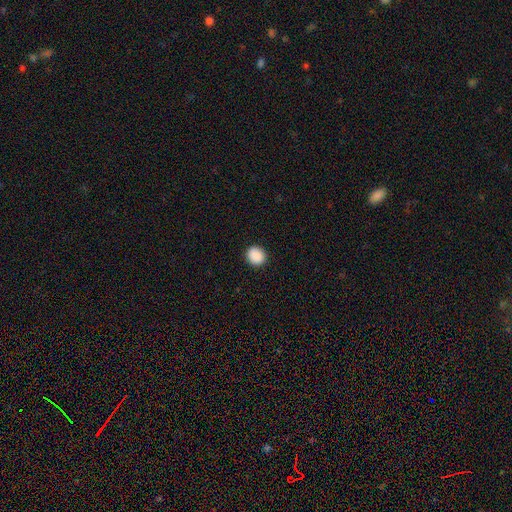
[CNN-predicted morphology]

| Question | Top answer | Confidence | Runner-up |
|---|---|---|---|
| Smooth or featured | smooth | 90% | star or artifact (8%) |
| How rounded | round | 84% | in between (15%) |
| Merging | none | 91% | minor disturbance (6%) |